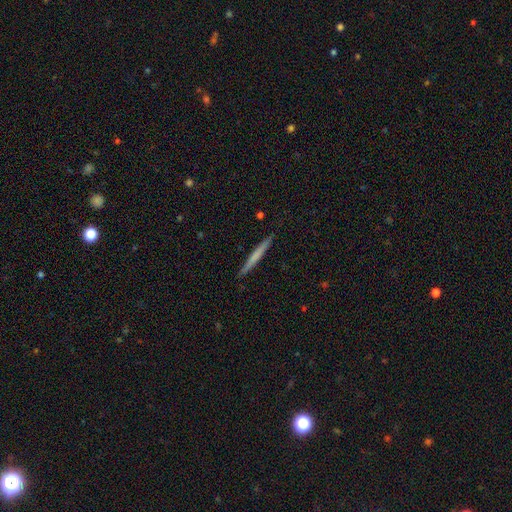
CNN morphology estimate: Smooth or featured? Predicted: smooth (p=0.55). How rounded? Predicted: cigar-shaped (p=0.97). Merging? Predicted: none (p=0.91).